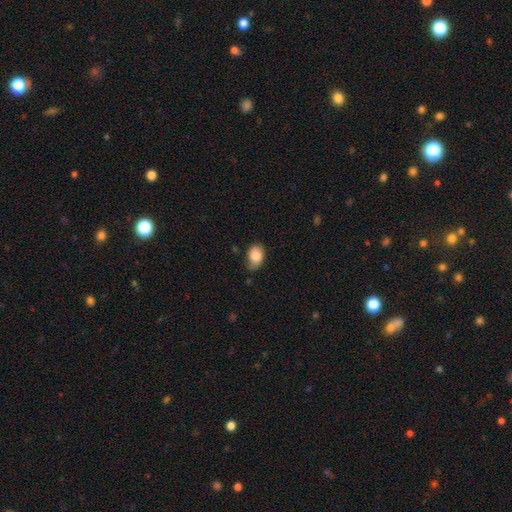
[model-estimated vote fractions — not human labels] Overall: smooth (83%). How rounded: in between (81%). Merging: none (54%; minor disturbance 35%).